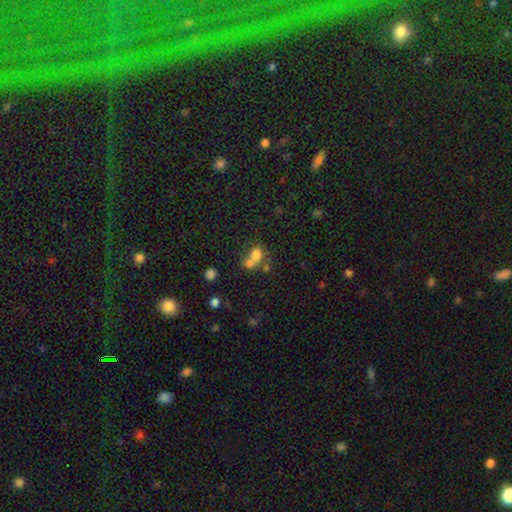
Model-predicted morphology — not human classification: A smooth galaxy with no disk features (74%) that is round (57%).

Vote fractions:
- Smooth or featured? smooth: 74% / star or artifact: 14% / featured or disk: 13%
- How rounded? round: 57% / in between: 42% / cigar-shaped: 1%
- Merging? merger: 57% / none: 30% / minor disturbance: 8% / major disturbance: 5%